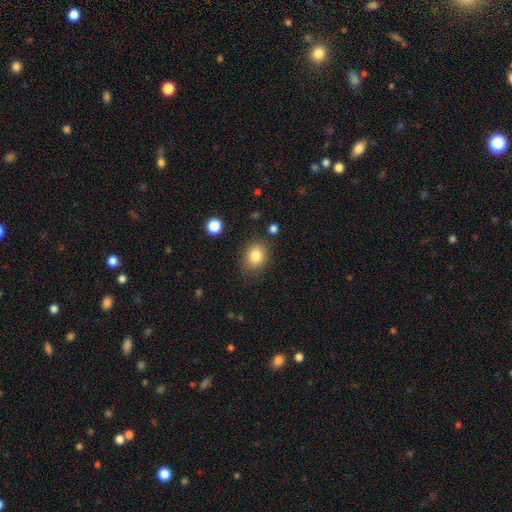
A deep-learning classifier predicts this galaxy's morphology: Smooth or featured?
  - smooth: 84% *
  - star or artifact: 10%
  - featured or disk: 6%
How rounded?
  - round: 52% *
  - in between: 47%
  - cigar-shaped: 1%
Merging?
  - none: 82% *
  - minor disturbance: 12%
  - major disturbance: 4%
  - merger: 2%